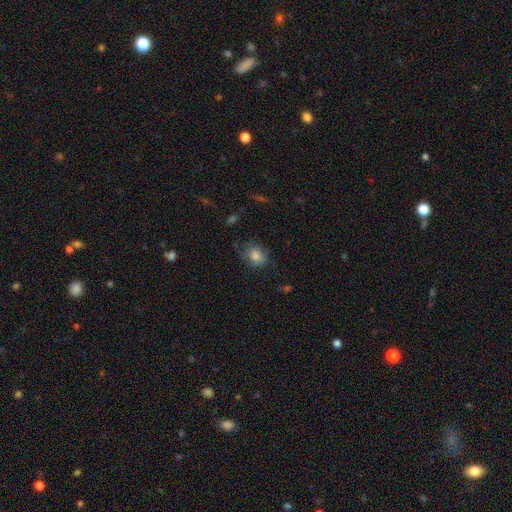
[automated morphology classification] A smooth galaxy with no disk features (79%) that is in between round and cigar-shaped (51%).

Vote fractions:
- Smooth or featured? smooth: 79% / featured or disk: 11% / star or artifact: 10%
- How rounded? in between: 51% / round: 47% / cigar-shaped: 1%
- Merging? none: 66% / minor disturbance: 24% / major disturbance: 8% / merger: 2%